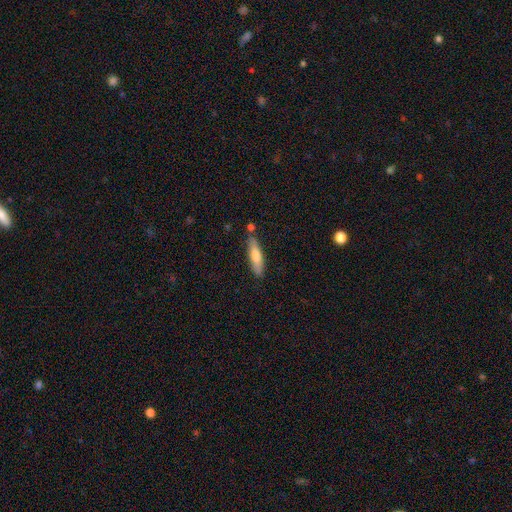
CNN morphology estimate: The model was most divided on "smooth or featured": smooth: 67%, featured or disk: 27%, star or artifact: 6%. More confident: merging — none (79%); how rounded — cigar-shaped (74%).